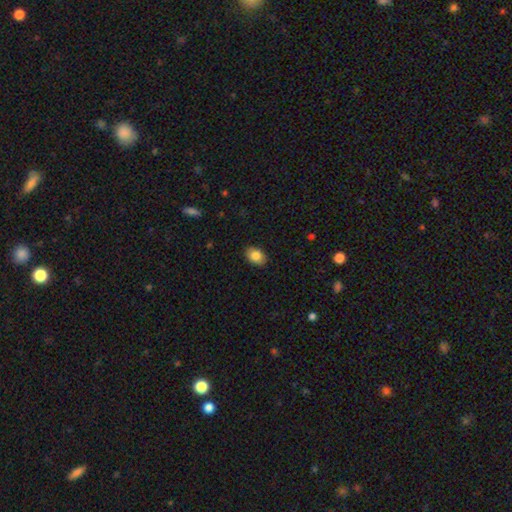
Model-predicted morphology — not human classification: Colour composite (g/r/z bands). It shows a smooth galaxy with no disk features (86%) that is in between round and cigar-shaped (79%). Merging: none (88%).